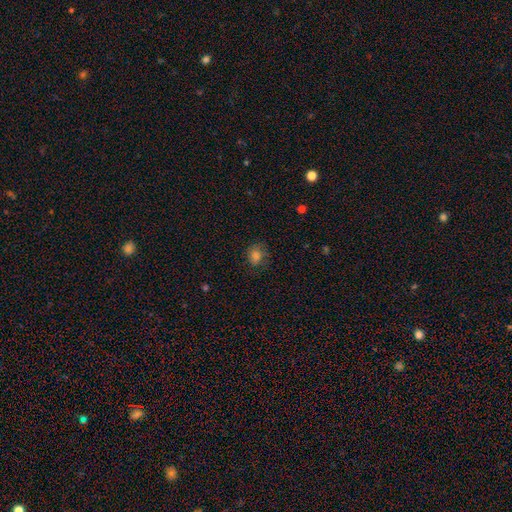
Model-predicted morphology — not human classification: Smooth or featured? Predicted: smooth (p=0.77). How rounded? Predicted: round (p=0.64). Merging? Predicted: none (p=0.71).